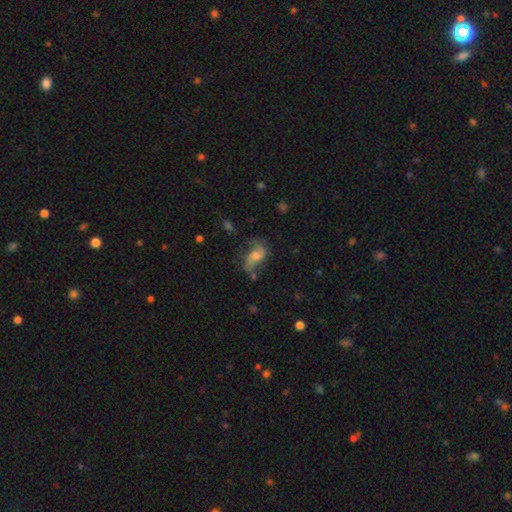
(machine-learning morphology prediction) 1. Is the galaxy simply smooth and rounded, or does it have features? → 66% featured or disk, 23% smooth, 11% star or artifact.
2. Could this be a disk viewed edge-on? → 96% no, 4% yes.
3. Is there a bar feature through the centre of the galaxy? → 52% no, 37% weak, 11% strong.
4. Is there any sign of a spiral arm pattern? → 87% yes, 13% no.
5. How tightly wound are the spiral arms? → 66% loose, 27% medium, 7% tight.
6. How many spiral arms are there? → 85% 2, 6% can't tell, 5% 1, 1% 3, 1% 4, 1% more than 4.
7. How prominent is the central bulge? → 44% moderate, 35% small, 10% none, 9% large, 2% dominant.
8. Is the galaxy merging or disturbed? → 53% none, 22% minor disturbance, 19% major disturbance, 5% merger.